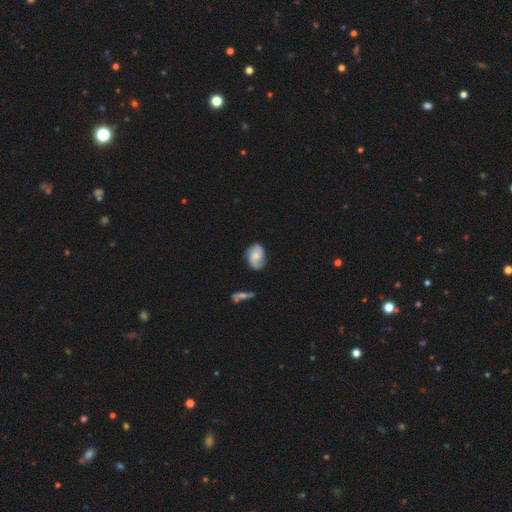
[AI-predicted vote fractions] A featured or disk galaxy (61%) with no bar (63%), 2 (84%) medium (44%) spiral arms (93%) and a moderate central bulge (38%). Merging: none (74%).